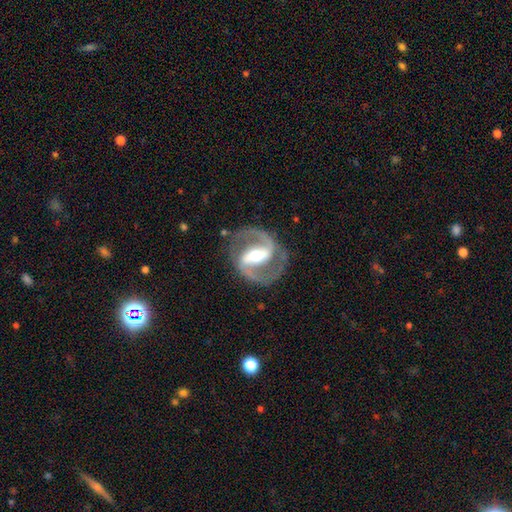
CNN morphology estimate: type=featured or disk (92%); edge-on=no (98%); bar=strong (60%); spiral arms=yes (97%); winding=medium (64%); arm count=2 (94%); bulge=moderate (65%); merging=none (83%).